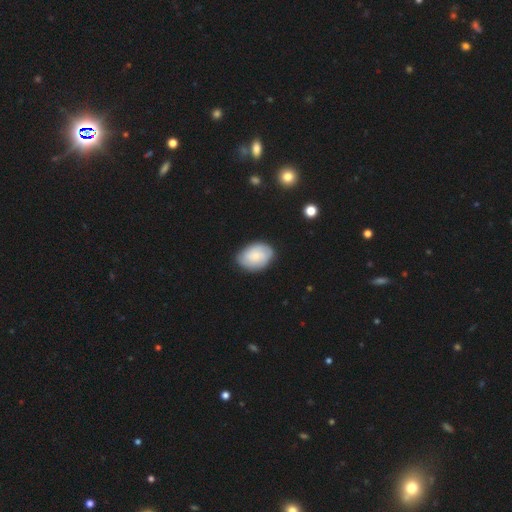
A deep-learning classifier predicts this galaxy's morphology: This appears to be a smooth galaxy with no disk features (57%) that is in between round and cigar-shaped (77%). Merging: none (78%).